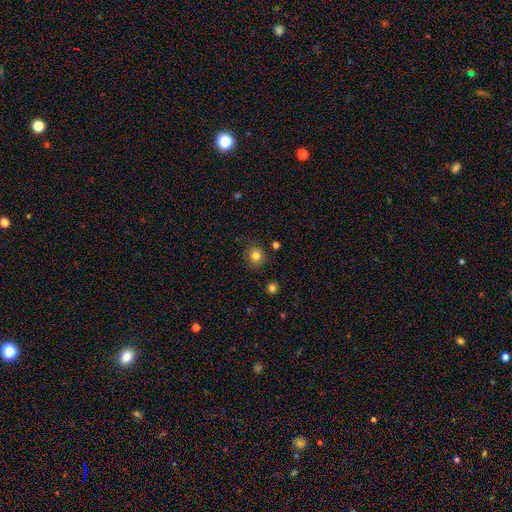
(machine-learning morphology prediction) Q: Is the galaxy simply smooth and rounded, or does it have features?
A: smooth — 82%.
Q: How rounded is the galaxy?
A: round — 87%.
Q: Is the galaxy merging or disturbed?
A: none — 84%.